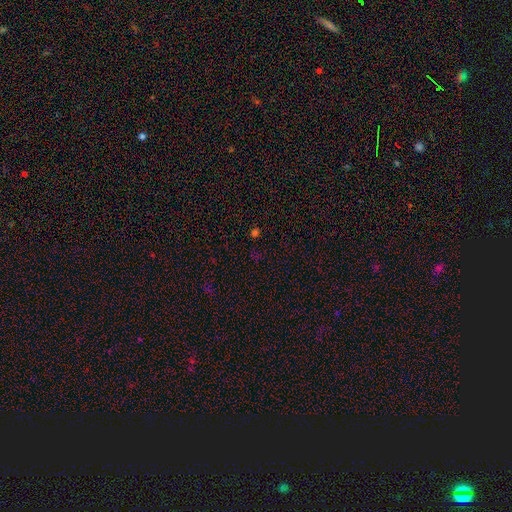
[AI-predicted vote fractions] A star or artifact, not a galaxy (55%).

Vote fractions:
- Smooth or featured? star or artifact: 55% / smooth: 39% / featured or disk: 7%